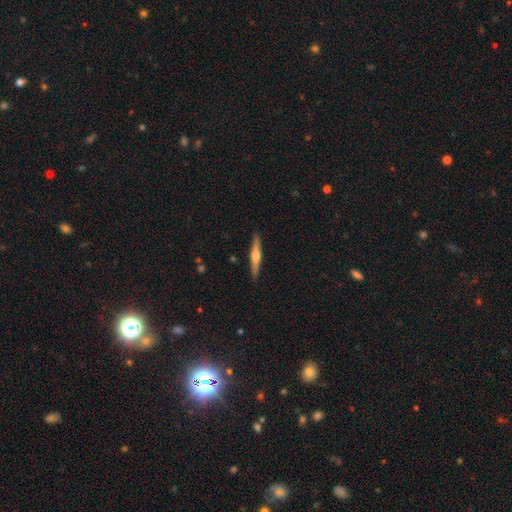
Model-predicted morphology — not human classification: This is likely a featured or disk galaxy (65%). It is clearly viewed edge-on (98%). Edge-on bulge: clearly rounded (88%). Merging: clearly none (91%).